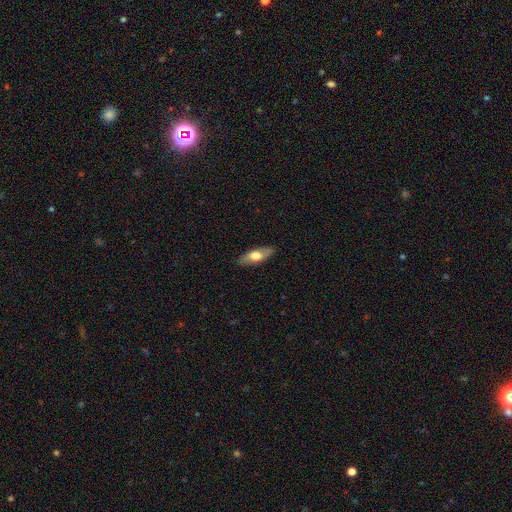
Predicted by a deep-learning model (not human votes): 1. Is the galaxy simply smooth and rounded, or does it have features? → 61% smooth, 33% featured or disk, 6% star or artifact.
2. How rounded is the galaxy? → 67% in between, 30% cigar-shaped, 3% round.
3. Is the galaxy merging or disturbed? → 86% none, 11% minor disturbance, 2% major disturbance, 1% merger.